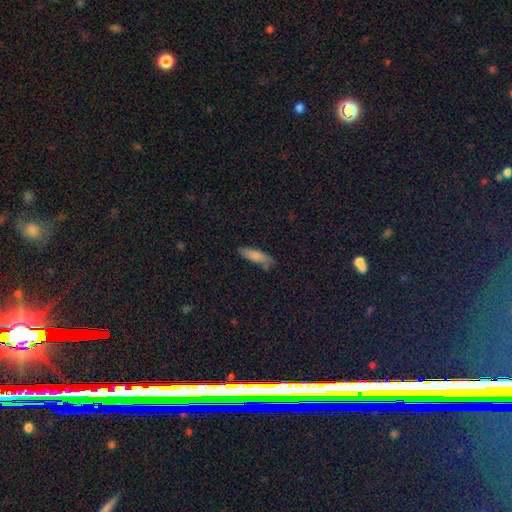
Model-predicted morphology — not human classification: The model was most divided on "how rounded": cigar-shaped: 59%, in between: 39%, round: 2%. More confident: smooth or featured — smooth (82%); merging — none (74%).